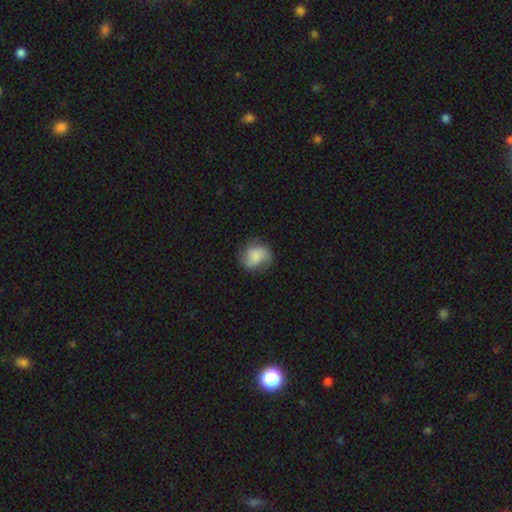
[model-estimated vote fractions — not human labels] Morphology: type=smooth (54%); roundness=round (65%); merging=none (66%).